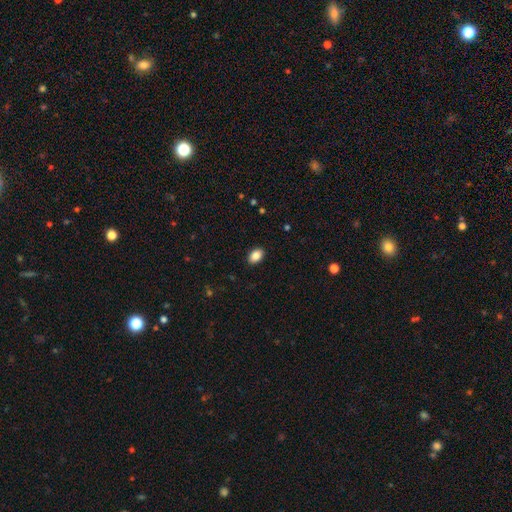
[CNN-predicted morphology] The model was most divided on "how rounded": in between: 85%, round: 14%, cigar-shaped: 1%. More confident: merging — none (90%); smooth or featured — smooth (88%).